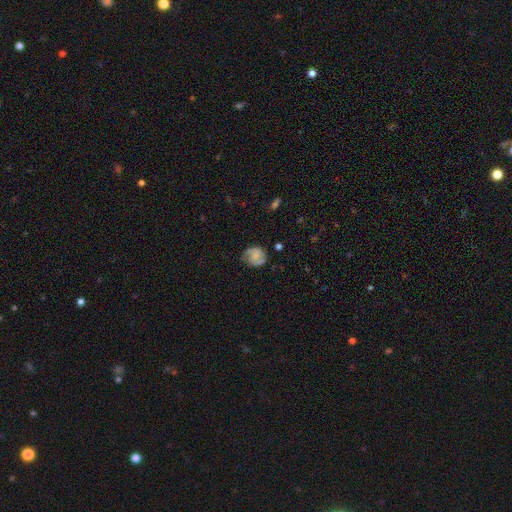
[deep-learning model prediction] Q: Smooth or featured?
A: featured or disk (50%); runner-up: smooth (41%)
Q: Edge-on disk?
A: no (97%); runner-up: yes (3%)
Q: Merging?
A: none (65%); runner-up: minor disturbance (24%)